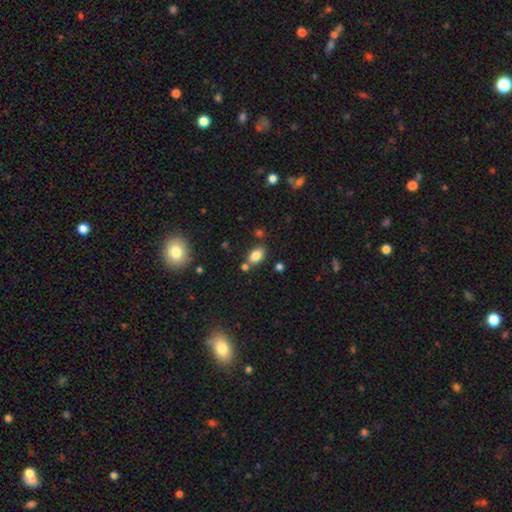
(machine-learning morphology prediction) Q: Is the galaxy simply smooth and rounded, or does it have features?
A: smooth — 83%.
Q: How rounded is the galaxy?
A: in between — 88%.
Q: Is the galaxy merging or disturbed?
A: none — 72%.